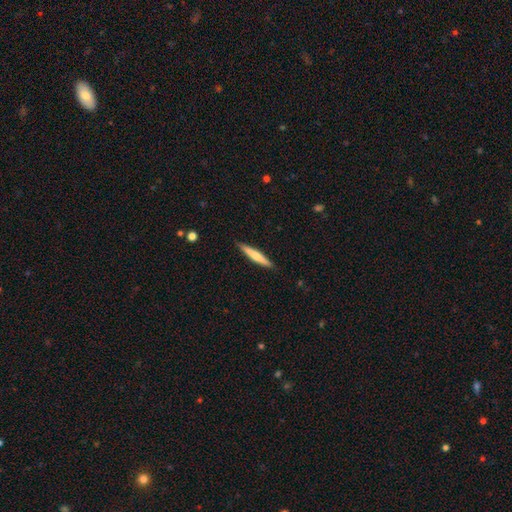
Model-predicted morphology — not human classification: smooth 57%, featured or disk 38%, star or artifact 5%. Down the decision tree: how rounded — cigar-shaped (93%); merging — none (90%).